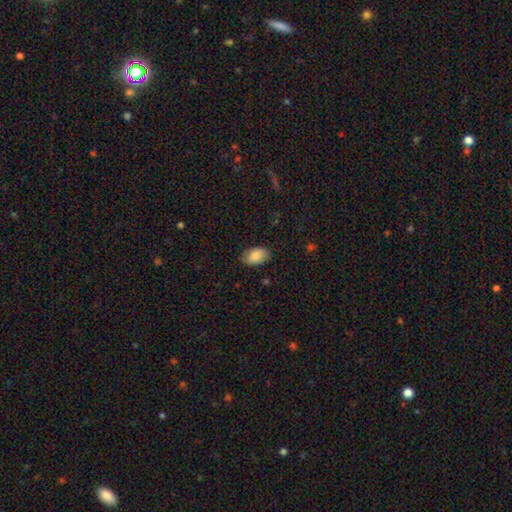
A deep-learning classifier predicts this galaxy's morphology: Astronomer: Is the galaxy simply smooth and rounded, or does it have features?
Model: smooth — 83%.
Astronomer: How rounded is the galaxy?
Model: in between — 92%.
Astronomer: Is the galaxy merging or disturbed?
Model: none — 84%.